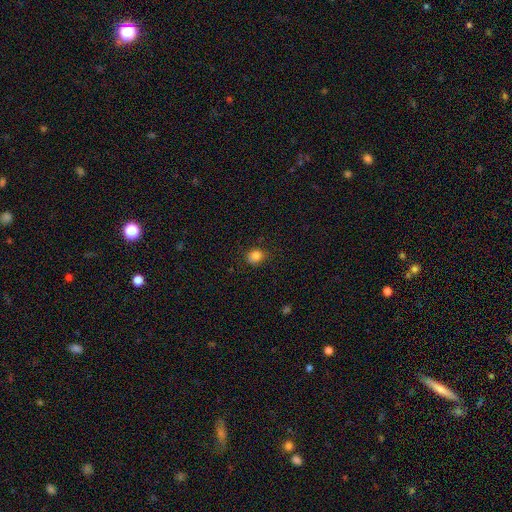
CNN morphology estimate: type=smooth (83%); roundness=round (61%); merging=none (80%).